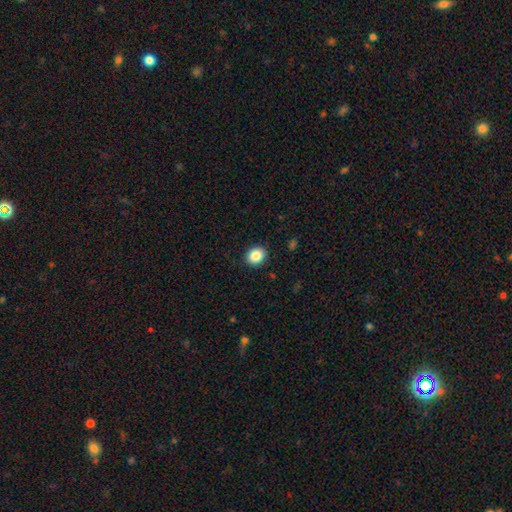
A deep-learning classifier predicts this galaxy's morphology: A smooth galaxy with no disk features (86%) that is round (60%).

Vote fractions:
- Smooth or featured? smooth: 86% / star or artifact: 9% / featured or disk: 5%
- How rounded? round: 60% / in between: 39% / cigar-shaped: 1%
- Merging? none: 91% / minor disturbance: 7% / major disturbance: 2% / merger: 1%